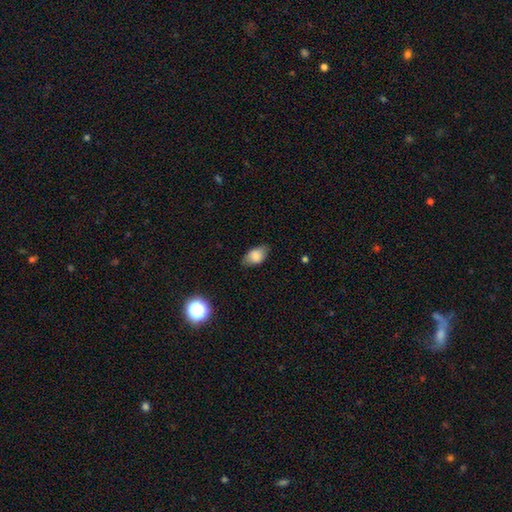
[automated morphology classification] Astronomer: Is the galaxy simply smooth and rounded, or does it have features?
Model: smooth — 81%.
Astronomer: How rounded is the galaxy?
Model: in between — 88%.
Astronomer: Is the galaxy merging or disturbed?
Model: none — 75%.